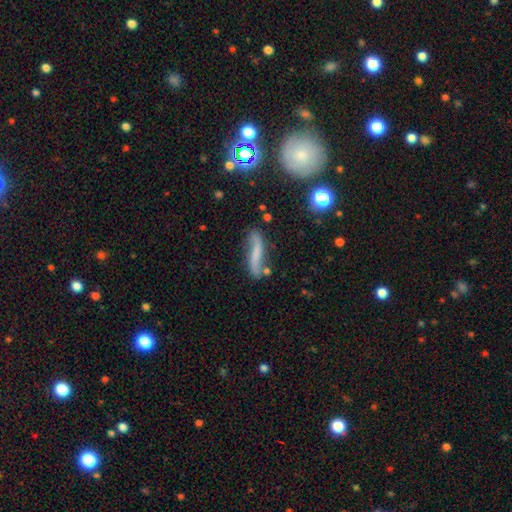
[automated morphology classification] smooth_or_featured: featured or disk (p=0.52) [alt: smooth p=0.36]
disk_edge_on: no (p=0.68) [alt: yes p=0.32]
merging: none (p=0.62) [alt: minor disturbance p=0.23]